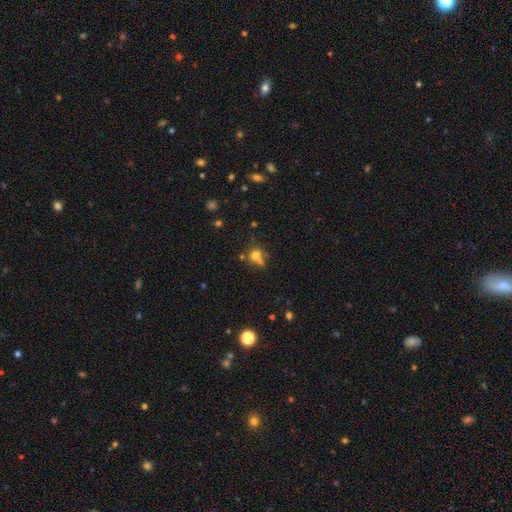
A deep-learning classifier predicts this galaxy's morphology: smooth_or_featured: smooth (p=0.64) [alt: star or artifact p=0.21]
how_rounded: round (p=0.77) [alt: in between p=0.20]
merging: none (p=0.53) [alt: merger p=0.24]